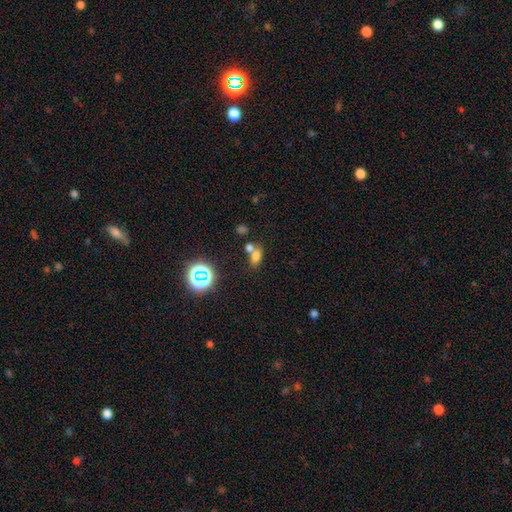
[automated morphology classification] smooth_or_featured: smooth (p=0.68) [alt: star or artifact p=0.22]
how_rounded: in between (p=0.75) [alt: round p=0.21]
merging: merger (p=0.44) [alt: none p=0.41]